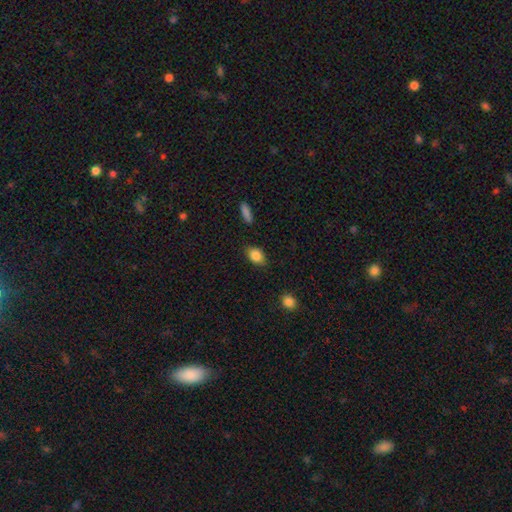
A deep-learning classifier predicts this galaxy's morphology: Smooth or featured? smooth (86%)
How rounded? in between (80%)
Merging? none (82%)